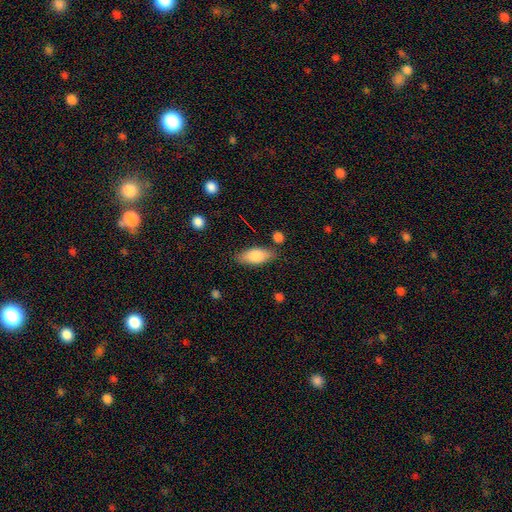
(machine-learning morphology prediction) smooth-or-featured: smooth: 80% | featured or disk: 14% | star or artifact: 6%
  how-rounded: in between: 83% | cigar-shaped: 14% | round: 3%
  merging: none: 79% | minor disturbance: 14% | merger: 4% | major disturbance: 3%